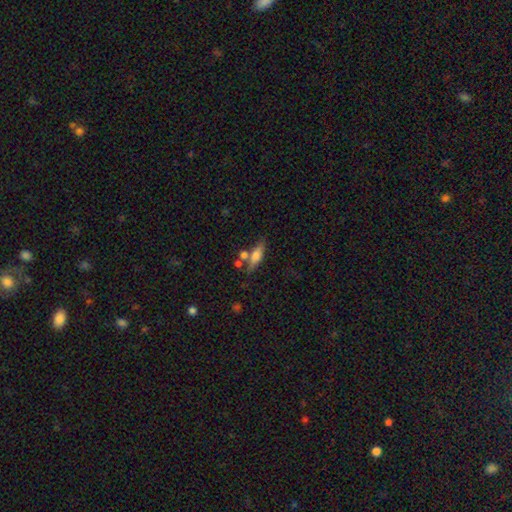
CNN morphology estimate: Smooth or featured? Predicted: smooth (p=0.57). How rounded? Predicted: cigar-shaped (p=0.54). Merging? Predicted: none (p=0.62).